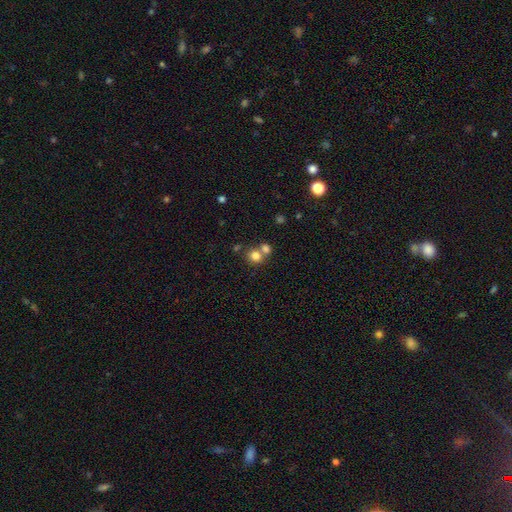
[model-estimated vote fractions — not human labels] Smooth or featured?
  - smooth: 79% *
  - star or artifact: 12%
  - featured or disk: 8%
How rounded?
  - round: 82% *
  - in between: 17%
  - cigar-shaped: 1%
Merging?
  - none: 50% *
  - merger: 41%
  - minor disturbance: 6%
  - major disturbance: 3%